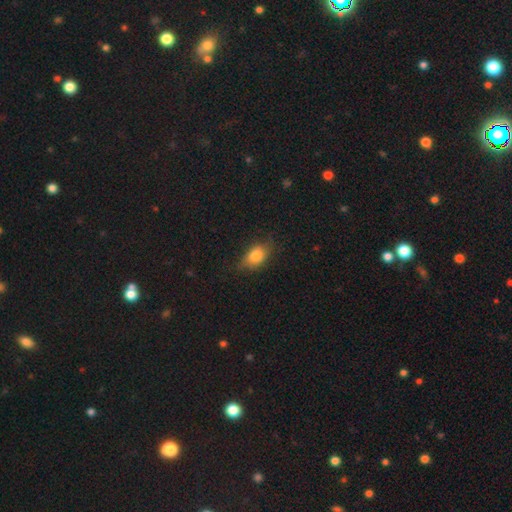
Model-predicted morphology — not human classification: smooth-or-featured: smooth: 81% | featured or disk: 10% | star or artifact: 9%
  how-rounded: in between: 79% | round: 17% | cigar-shaped: 4%
  merging: none: 70% | minor disturbance: 23% | major disturbance: 5% | merger: 1%